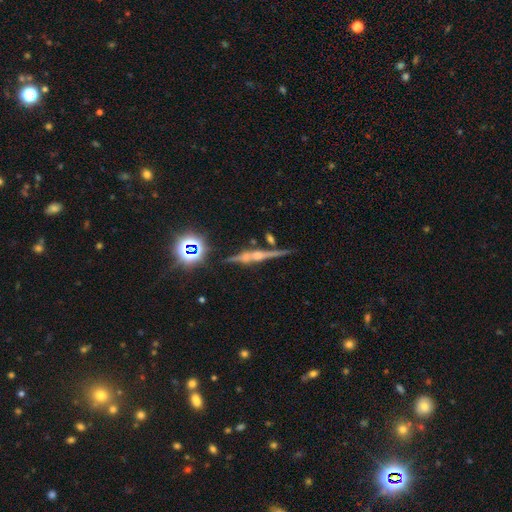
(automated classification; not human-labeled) This is likely a featured or disk galaxy (68%). It is clearly viewed edge-on (95%). Edge-on bulge: likely rounded (76%). Merging: likely none (76%).